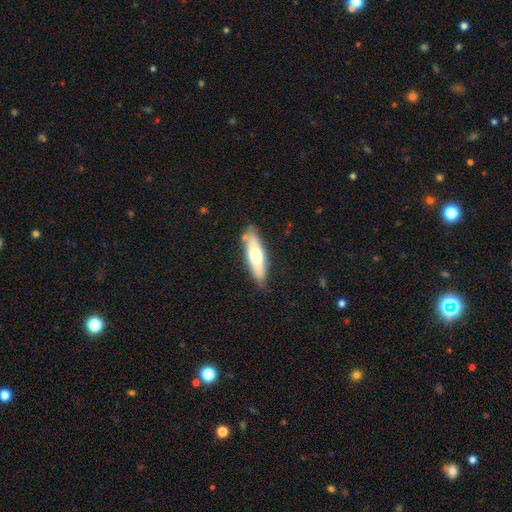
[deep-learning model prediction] Smooth or featured: smooth — 60% (featured or disk — 35%)
How rounded: cigar-shaped — 61% (in between — 37%)
Merging: none — 79% (minor disturbance — 15%)